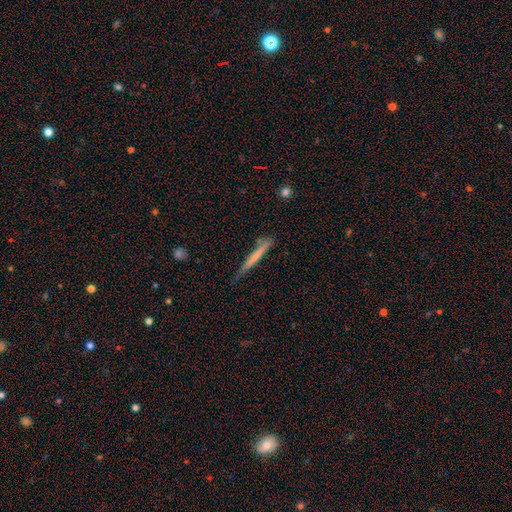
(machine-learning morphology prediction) smooth_or_featured: smooth (p=0.59) [alt: featured or disk p=0.35]
how_rounded: cigar-shaped (p=0.96) [alt: in between p=0.02]
merging: none (p=0.68) [alt: minor disturbance p=0.24]